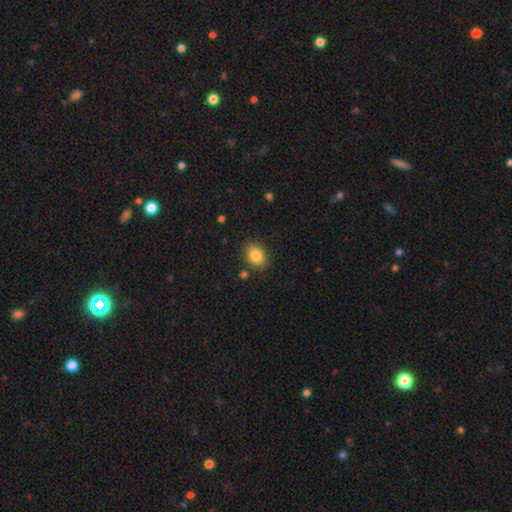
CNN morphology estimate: This appears to be a smooth galaxy with no disk features (84%) that is in between round and cigar-shaped (70%). Merging: none (84%).